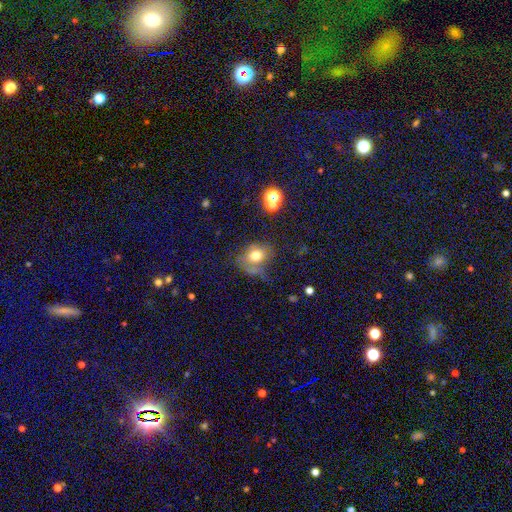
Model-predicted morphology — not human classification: Overall: smooth (71%). How rounded: round (55%; in between 44%). Merging: none (44%; minor disturbance 27%).